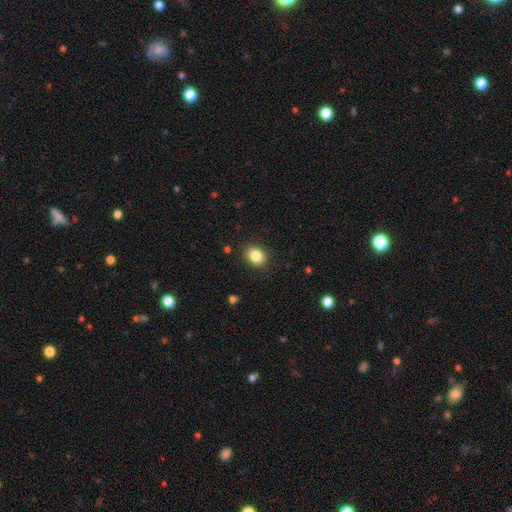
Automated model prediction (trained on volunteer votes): smooth 85%, star or artifact 9%, featured or disk 6%. Down the decision tree: how rounded — in between (62%); merging — none (88%).